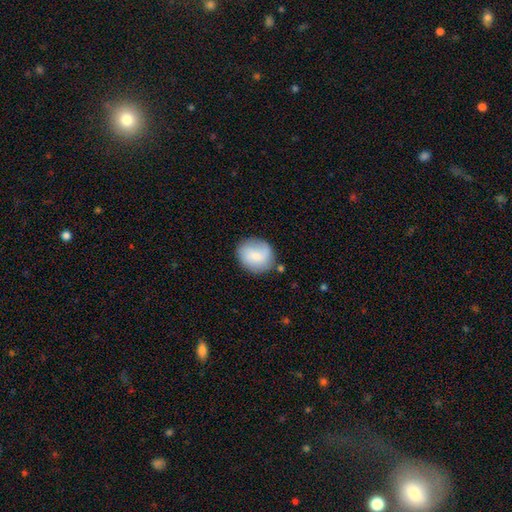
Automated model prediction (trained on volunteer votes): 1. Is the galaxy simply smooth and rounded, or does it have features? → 67% smooth, 26% featured or disk, 7% star or artifact.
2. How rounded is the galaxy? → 77% round, 22% in between, 1% cigar-shaped.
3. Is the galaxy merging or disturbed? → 74% none, 17% minor disturbance, 5% major disturbance, 3% merger.